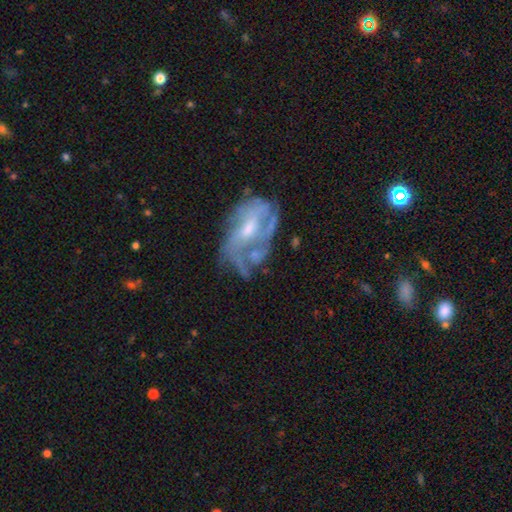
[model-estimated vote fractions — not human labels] Smooth or featured: featured or disk — 76% (smooth — 16%)
Edge-on disk: no — 96% (yes — 4%)
Bar: no — 44% (weak — 42%)
Spiral arms: yes — 67% (no — 33%)
Bulge size: moderate — 51% (small — 36%)
Merging: none — 41% (major disturbance — 27%)